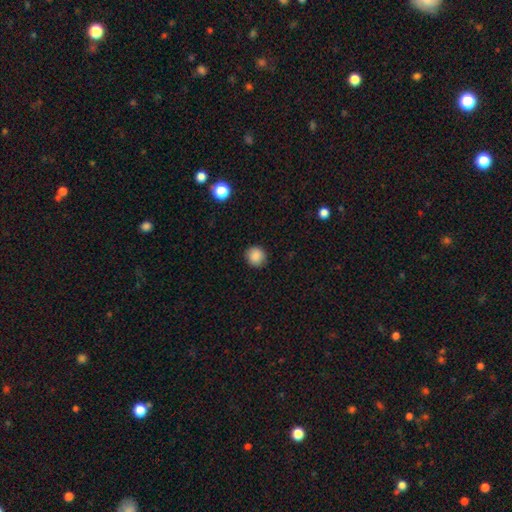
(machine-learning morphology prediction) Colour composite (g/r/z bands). It shows a smooth galaxy with no disk features (88%) that is round (90%). Merging: none (90%).